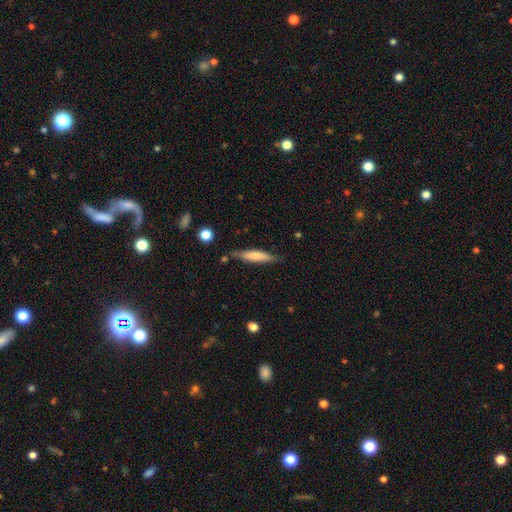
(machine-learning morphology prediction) smooth 64%, featured or disk 30%, star or artifact 6%. Down the decision tree: how rounded — cigar-shaped (86%); merging — none (78%).